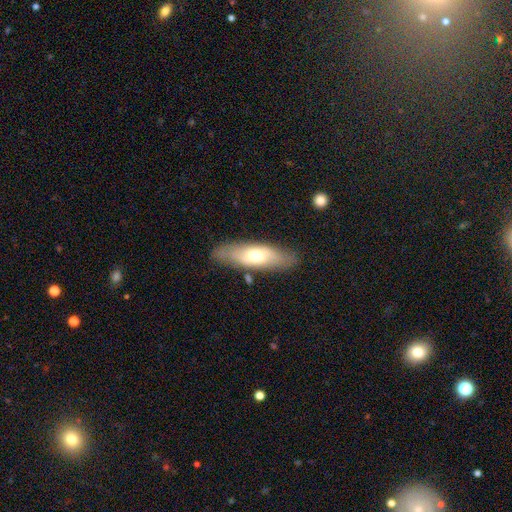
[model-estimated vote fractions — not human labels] The model was most divided on "how rounded": in between: 55%, cigar-shaped: 43%, round: 2%. More confident: merging — none (80%); smooth or featured — smooth (58%).